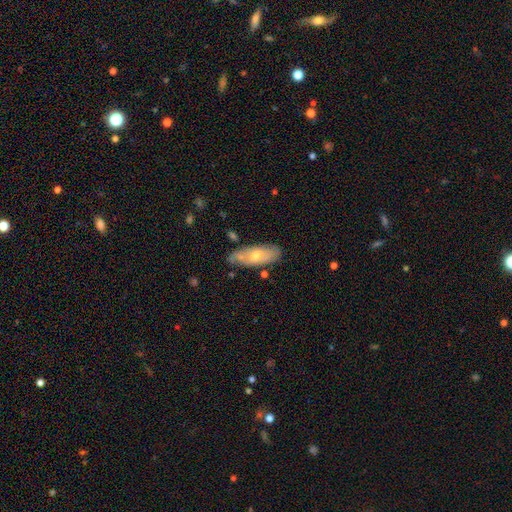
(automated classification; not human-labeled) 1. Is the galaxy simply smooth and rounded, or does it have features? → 48% smooth, 45% featured or disk, 7% star or artifact.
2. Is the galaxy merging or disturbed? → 71% none, 20% minor disturbance, 5% merger, 4% major disturbance.